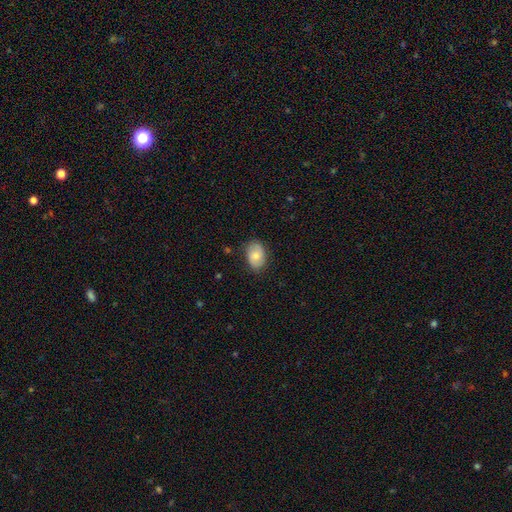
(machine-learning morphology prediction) Smooth or featured? smooth (71%)
How rounded? in between (81%)
Merging? none (79%)